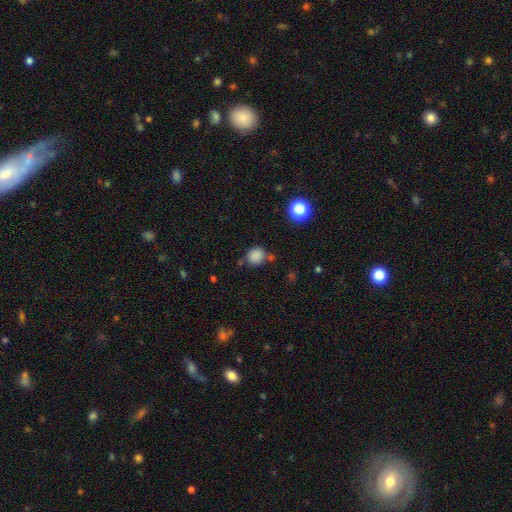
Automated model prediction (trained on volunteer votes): smooth-or-featured: smooth: 84% | star or artifact: 12% | featured or disk: 4%
  how-rounded: round: 81% | in between: 18% | cigar-shaped: 1%
  merging: none: 73% | minor disturbance: 14% | merger: 9% | major disturbance: 4%